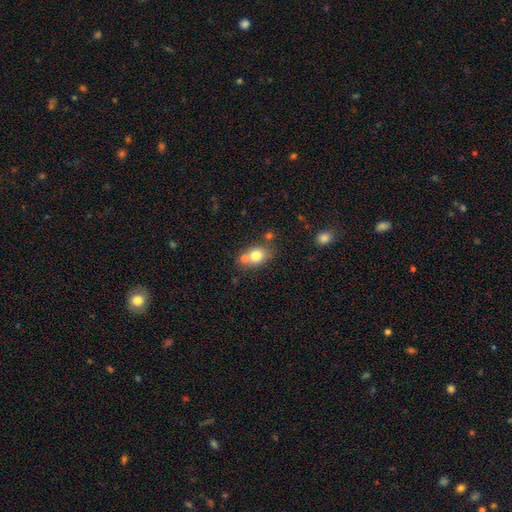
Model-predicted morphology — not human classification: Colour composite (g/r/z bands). It shows a smooth galaxy with no disk features (76%) that is in between round and cigar-shaped (53%). Merging: none (50%).